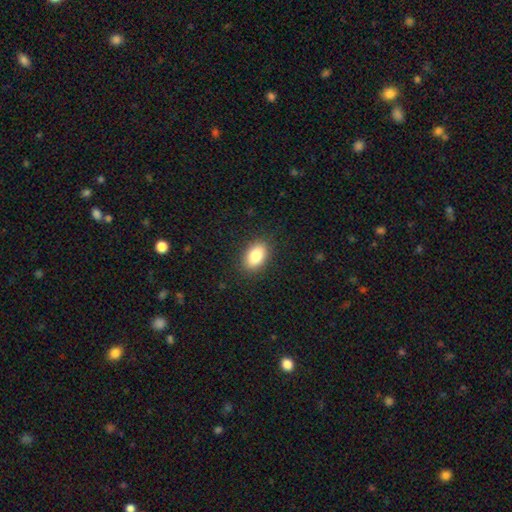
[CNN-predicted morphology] Q: Smooth or featured?
A: smooth (85%); runner-up: star or artifact (8%)
Q: How rounded?
A: in between (89%); runner-up: round (9%)
Q: Merging?
A: none (88%); runner-up: minor disturbance (9%)